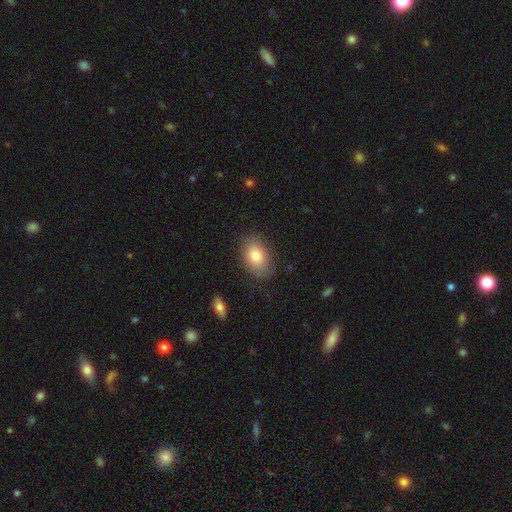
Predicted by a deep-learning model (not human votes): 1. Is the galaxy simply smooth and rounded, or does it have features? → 80% smooth, 13% featured or disk, 8% star or artifact.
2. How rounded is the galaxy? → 85% in between, 14% round, 1% cigar-shaped.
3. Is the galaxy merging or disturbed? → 83% none, 12% minor disturbance, 3% major disturbance, 1% merger.